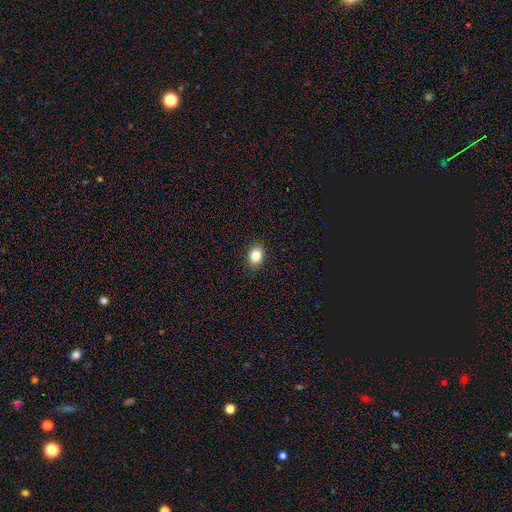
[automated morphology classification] smooth 84%, star or artifact 10%, featured or disk 7%. Down the decision tree: how rounded — in between (61%); merging — none (89%).